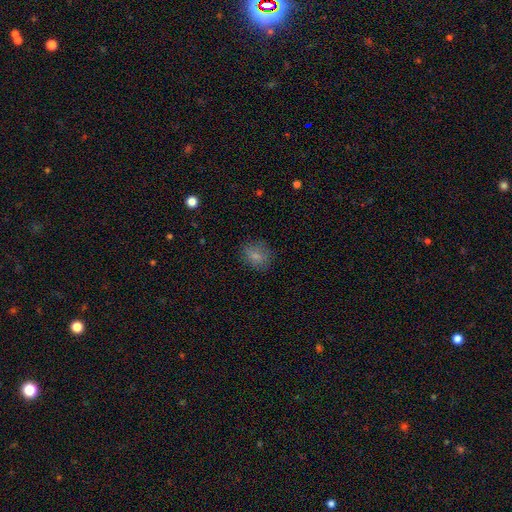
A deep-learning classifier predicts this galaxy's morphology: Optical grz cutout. It shows a smooth galaxy with no disk features (78%) that is round (52%). Merging: none (76%).